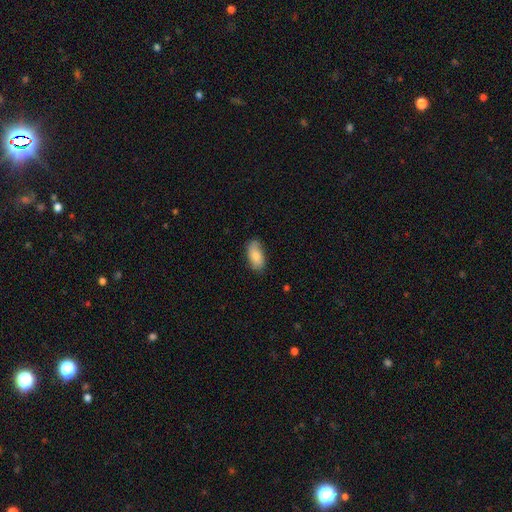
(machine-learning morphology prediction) smooth_or_featured: smooth (p=0.82) [alt: featured or disk p=0.12]
how_rounded: in between (p=0.92) [alt: cigar-shaped p=0.05]
merging: none (p=0.77) [alt: minor disturbance p=0.18]